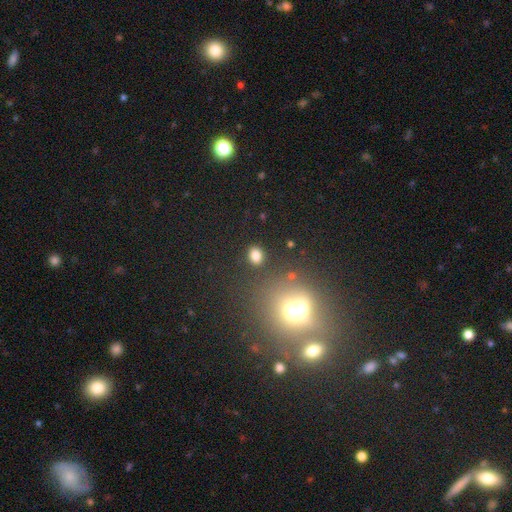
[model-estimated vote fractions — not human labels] Smooth or featured: smooth — 80% (star or artifact — 13%)
How rounded: in between — 50% (round — 49%)
Merging: none — 84% (minor disturbance — 8%)